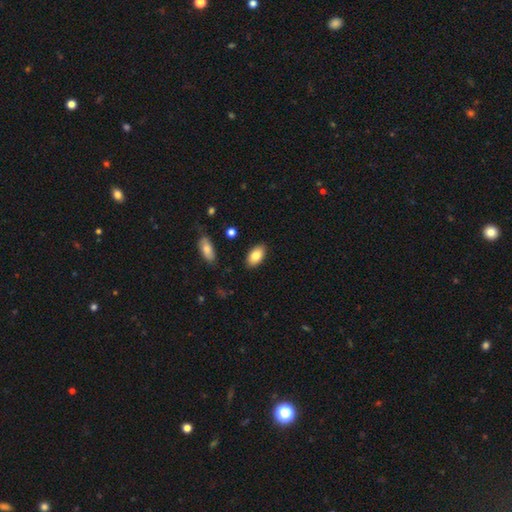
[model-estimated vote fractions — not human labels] A smooth galaxy with no disk features (83%) that is in between round and cigar-shaped (94%).

Vote fractions:
- Smooth or featured? smooth: 83% / featured or disk: 10% / star or artifact: 7%
- How rounded? in between: 94% / round: 4% / cigar-shaped: 2%
- Merging? none: 87% / minor disturbance: 9% / major disturbance: 2% / merger: 2%